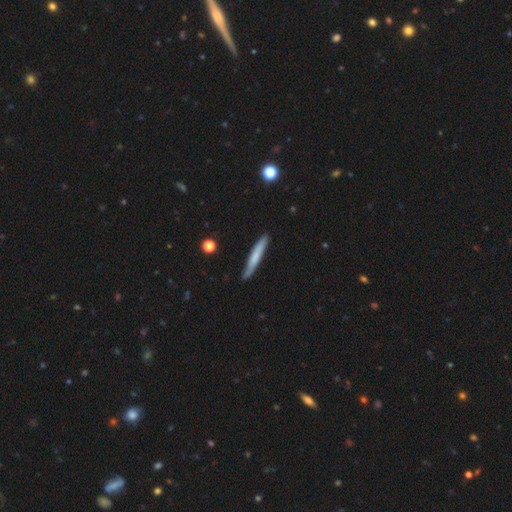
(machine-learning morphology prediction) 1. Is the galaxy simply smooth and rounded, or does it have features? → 63% smooth, 31% featured or disk, 6% star or artifact.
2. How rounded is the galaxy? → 95% cigar-shaped, 3% in between, 1% round.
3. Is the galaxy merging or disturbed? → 85% none, 12% minor disturbance, 2% major disturbance, 2% merger.